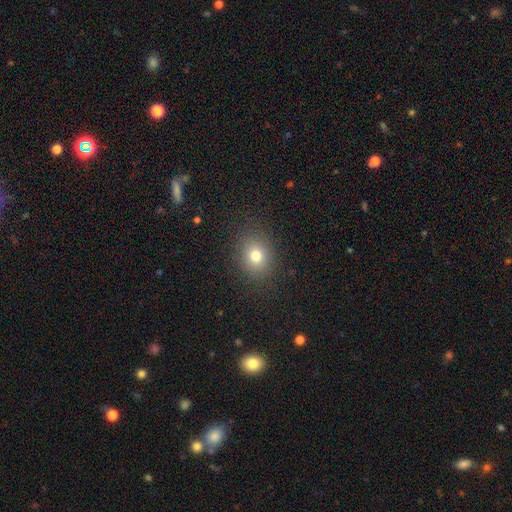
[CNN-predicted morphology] Overall: smooth (75%). How rounded: round (67%; in between 32%). Merging: none (87%).